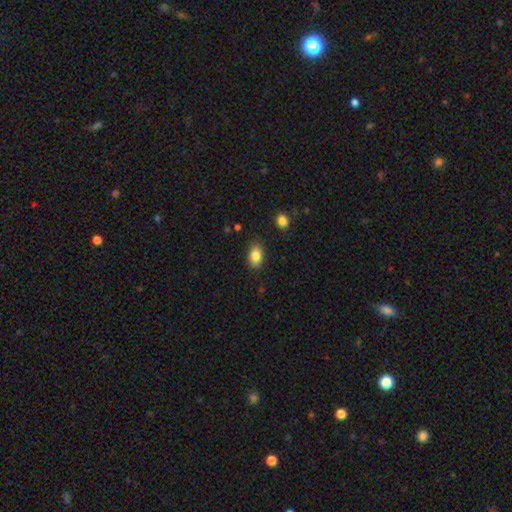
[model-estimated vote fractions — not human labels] smooth_or_featured: smooth (p=0.84) [alt: star or artifact p=0.09]
how_rounded: in between (p=0.81) [alt: round p=0.18]
merging: none (p=0.85) [alt: minor disturbance p=0.11]